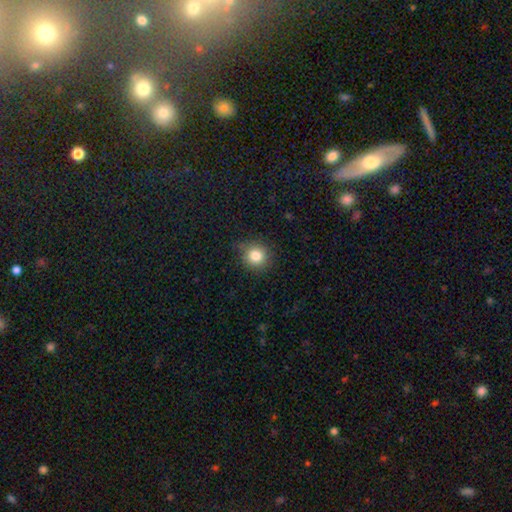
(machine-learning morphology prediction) type=smooth (82%); roundness=round (90%); merging=none (80%).